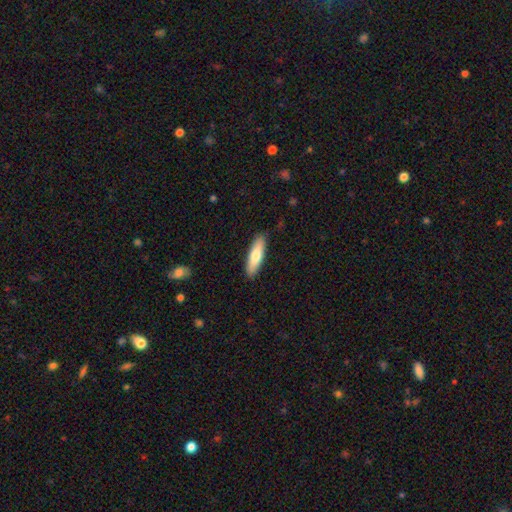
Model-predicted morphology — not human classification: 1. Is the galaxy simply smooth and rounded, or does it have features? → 73% smooth, 22% featured or disk, 5% star or artifact.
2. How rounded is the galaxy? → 59% cigar-shaped, 39% in between, 2% round.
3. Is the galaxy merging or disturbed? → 88% none, 9% minor disturbance, 2% major disturbance, 1% merger.